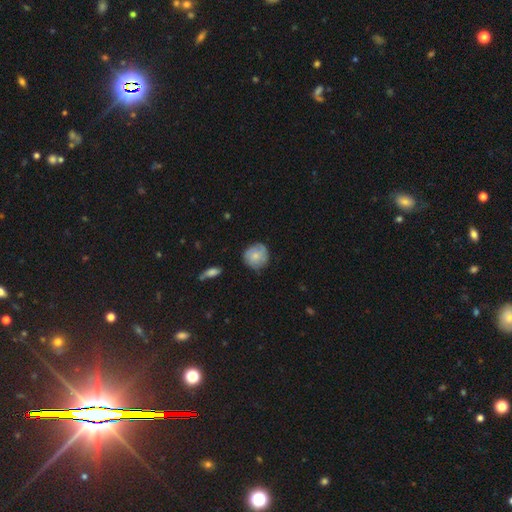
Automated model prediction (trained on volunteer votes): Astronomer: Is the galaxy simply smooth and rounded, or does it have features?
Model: smooth — 62%.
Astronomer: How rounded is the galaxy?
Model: round — 88%.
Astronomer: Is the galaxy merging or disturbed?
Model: none — 73%.